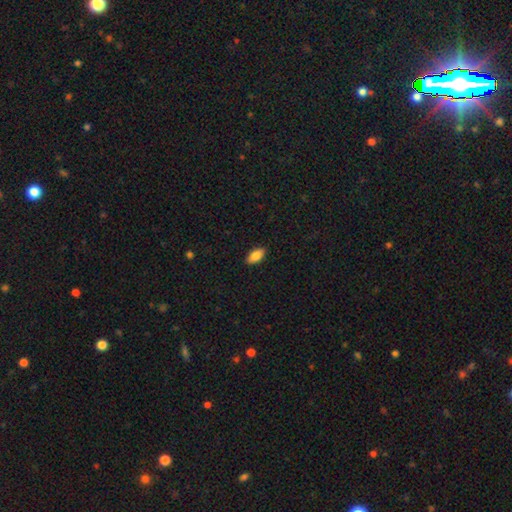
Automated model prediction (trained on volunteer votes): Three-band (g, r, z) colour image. It shows a smooth galaxy with no disk features (86%) that is in between round and cigar-shaped (91%). Merging: none (89%).